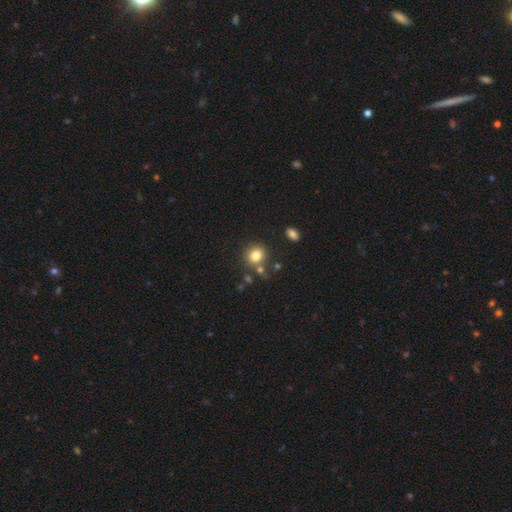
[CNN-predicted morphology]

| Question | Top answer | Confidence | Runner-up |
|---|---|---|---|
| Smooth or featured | smooth | 81% | star or artifact (12%) |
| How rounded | round | 80% | in between (19%) |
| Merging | none | 73% | merger (12%) |